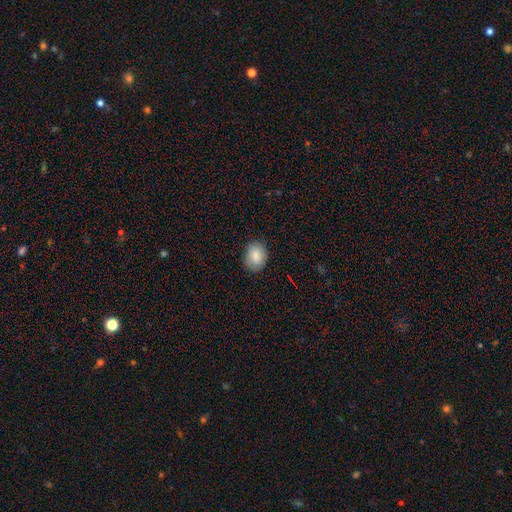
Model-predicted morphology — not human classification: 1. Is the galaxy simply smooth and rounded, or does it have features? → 87% smooth, 8% star or artifact, 5% featured or disk.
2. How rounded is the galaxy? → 59% in between, 40% round, 1% cigar-shaped.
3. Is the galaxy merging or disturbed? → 86% none, 11% minor disturbance, 2% major disturbance, 1% merger.